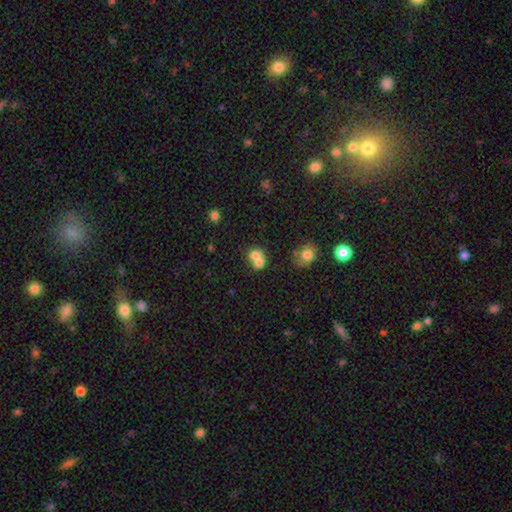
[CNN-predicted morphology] smooth_or_featured: smooth (p=0.71) [alt: featured or disk p=0.18]
how_rounded: round (p=0.66) [alt: in between p=0.33]
merging: merger (p=0.65) [alt: none p=0.25]